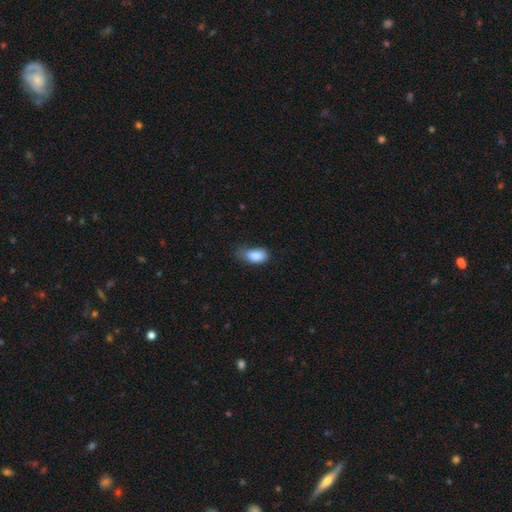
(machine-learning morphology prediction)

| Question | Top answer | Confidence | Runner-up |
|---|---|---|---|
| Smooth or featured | smooth | 87% | star or artifact (8%) |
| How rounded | in between | 92% | round (5%) |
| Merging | none | 47% | minor disturbance (40%) |